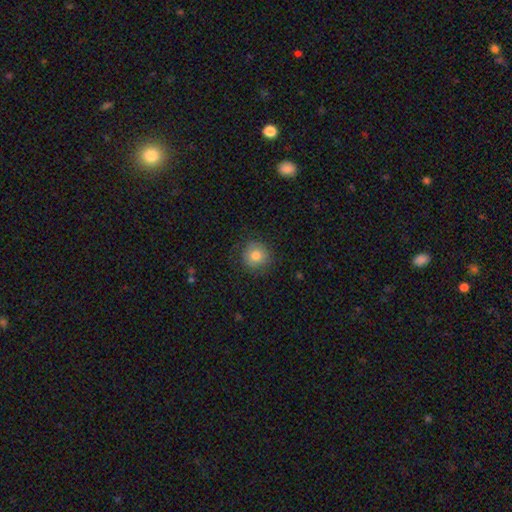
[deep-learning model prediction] Smooth or featured? smooth (79%)
How rounded? round (91%)
Merging? none (84%)